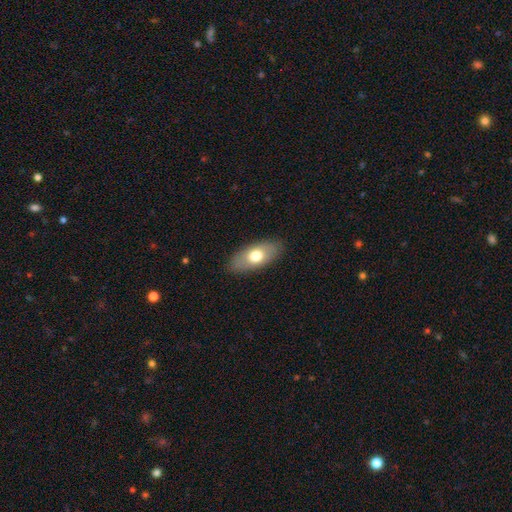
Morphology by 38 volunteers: type=smooth (68%); roundness=in between (88%); merging=none (89%).